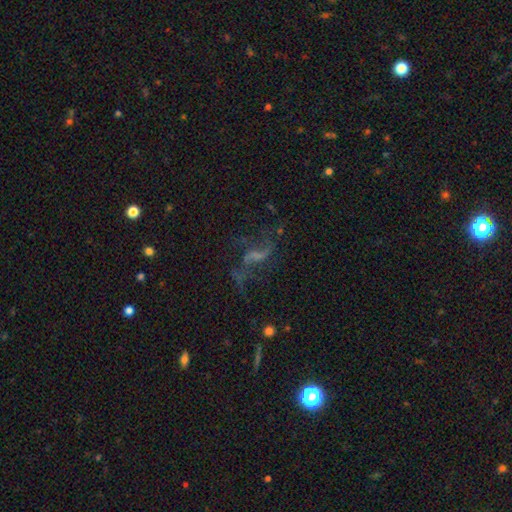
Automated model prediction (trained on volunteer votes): Smooth or featured?
  - featured or disk: 62% *
  - star or artifact: 23%
  - smooth: 15%
Edge-on disk?
  - no: 92% *
  - yes: 8%
Bar?
  - weak: 43% *
  - no: 33%
  - strong: 24%
Spiral arms?
  - yes: 77% *
  - no: 23%
Bulge size?
  - none: 45% *
  - small: 31%
  - moderate: 18%
  - large: 4%
  - dominant: 2%
Merging?
  - none: 53% *
  - major disturbance: 27%
  - minor disturbance: 16%
  - merger: 5%